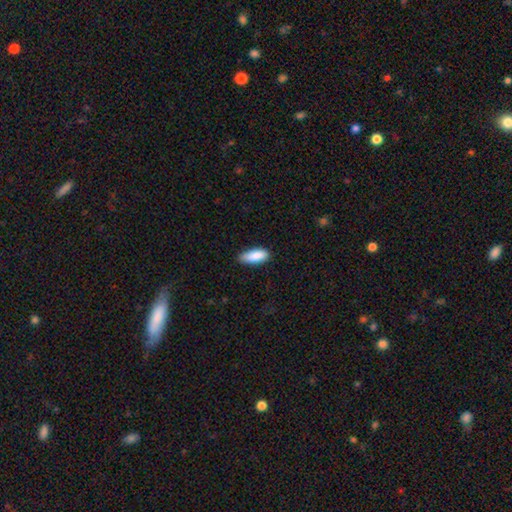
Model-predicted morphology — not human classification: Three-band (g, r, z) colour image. It shows a smooth galaxy with no disk features (89%) that is in between round and cigar-shaped (76%). Merging: none (78%).